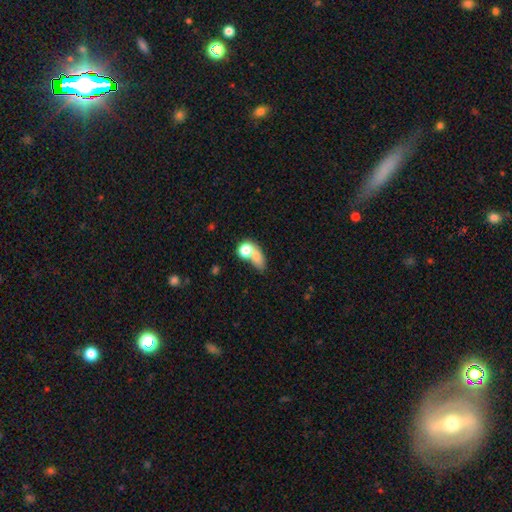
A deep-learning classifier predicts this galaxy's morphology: Overall: smooth (71%). How rounded: in between (55%; round 39%). Merging: merger (50%; none 30%).